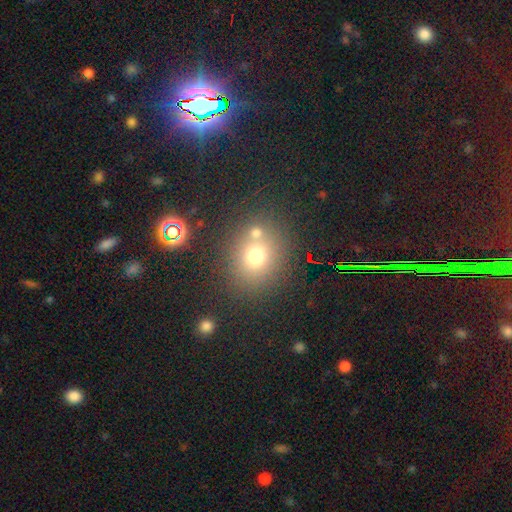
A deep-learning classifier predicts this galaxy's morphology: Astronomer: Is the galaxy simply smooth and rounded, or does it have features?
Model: smooth — 69%.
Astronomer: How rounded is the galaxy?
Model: round — 72%.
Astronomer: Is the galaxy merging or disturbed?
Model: none — 68%.